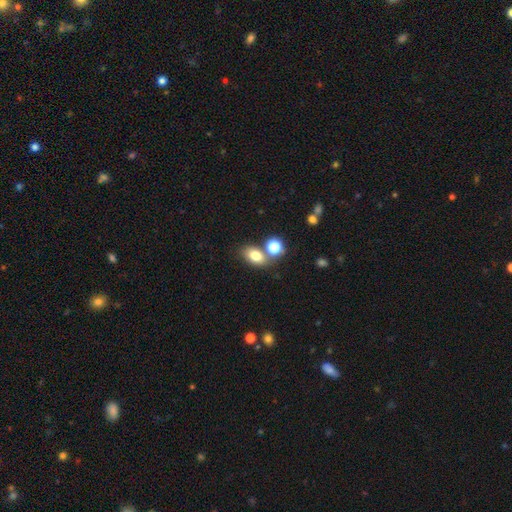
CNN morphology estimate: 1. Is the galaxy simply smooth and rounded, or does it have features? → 77% smooth, 12% star or artifact, 10% featured or disk.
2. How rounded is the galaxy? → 74% in between, 24% round, 2% cigar-shaped.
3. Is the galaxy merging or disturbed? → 60% none, 25% merger, 11% minor disturbance, 4% major disturbance.